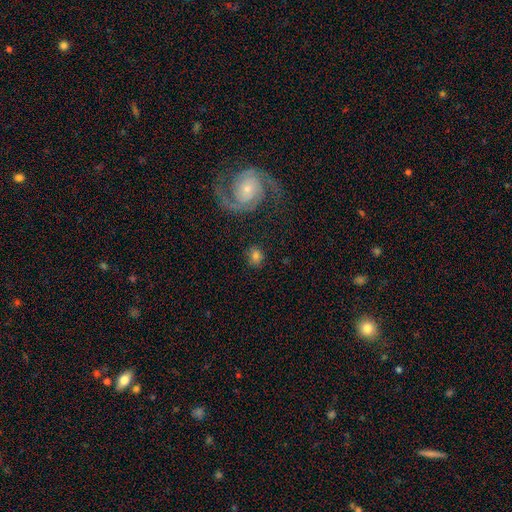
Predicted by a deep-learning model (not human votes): Smooth or featured? Predicted: smooth (p=0.68). How rounded? Predicted: round (p=0.64). Merging? Predicted: none (p=0.79).